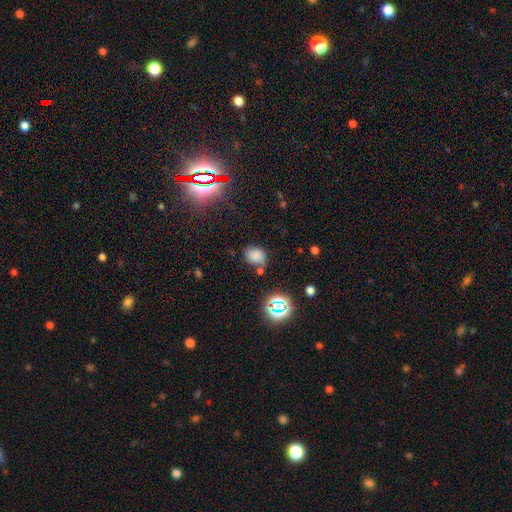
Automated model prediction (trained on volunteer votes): The model was most divided on "how rounded": in between: 55%, round: 44%, cigar-shaped: 1%. More confident: smooth or featured — smooth (73%); merging — none (69%).